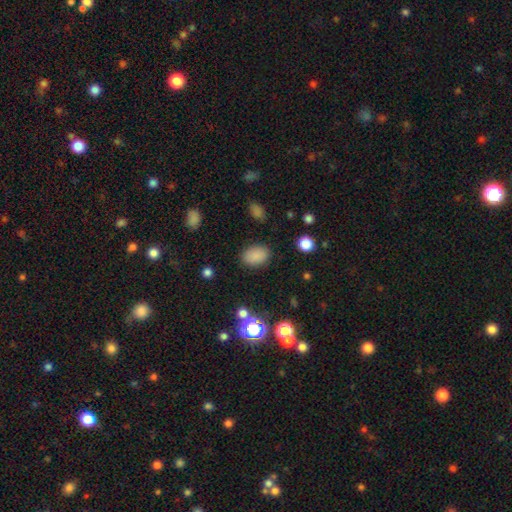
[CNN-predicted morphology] Smooth or featured? Predicted: smooth (p=0.85). How rounded? Predicted: in between (p=0.83). Merging? Predicted: none (p=0.86).